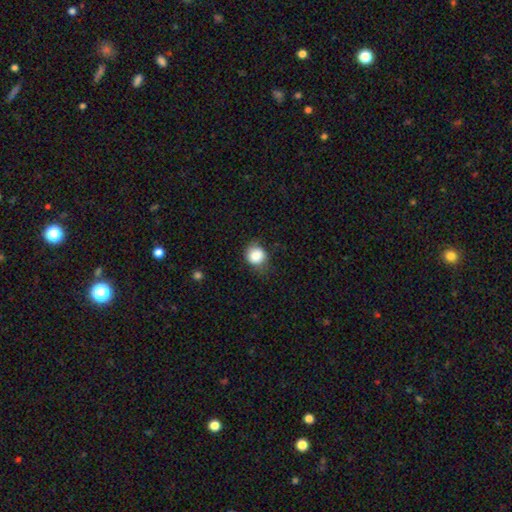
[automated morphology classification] smooth 85%, star or artifact 9%, featured or disk 6%. Down the decision tree: how rounded — round (80%); merging — none (64%).